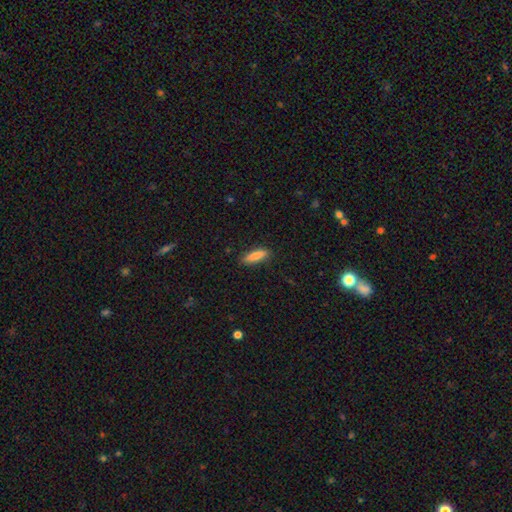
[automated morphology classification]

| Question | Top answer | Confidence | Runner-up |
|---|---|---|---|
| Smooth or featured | smooth | 81% | featured or disk (13%) |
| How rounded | cigar-shaped | 58% | in between (40%) |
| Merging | none | 87% | minor disturbance (10%) |